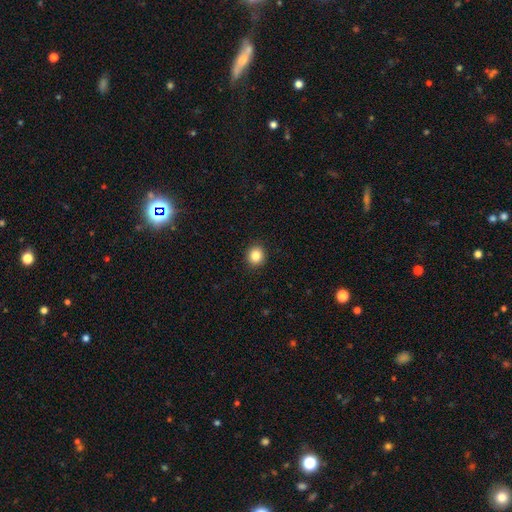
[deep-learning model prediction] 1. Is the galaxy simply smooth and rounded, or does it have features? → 84% smooth, 10% star or artifact, 5% featured or disk.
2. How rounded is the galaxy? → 85% round, 14% in between, 1% cigar-shaped.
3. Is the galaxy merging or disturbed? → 92% none, 5% minor disturbance, 2% major disturbance, 1% merger.